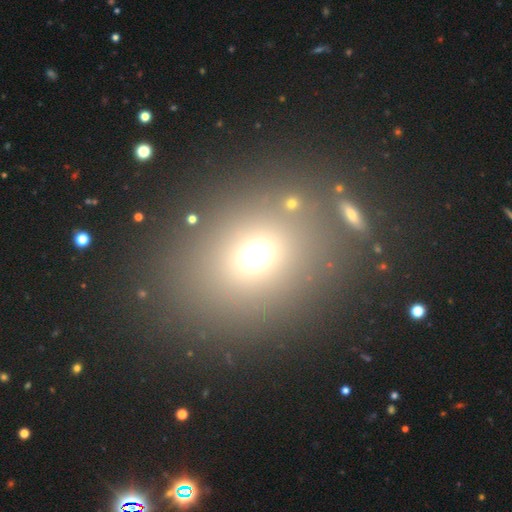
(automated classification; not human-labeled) Smooth or featured? smooth (64%)
How rounded? round (63%)
Merging? none (74%)